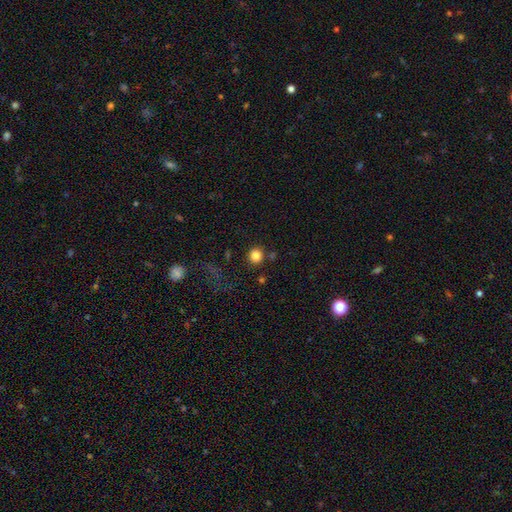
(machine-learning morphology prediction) A smooth galaxy with no disk features (84%) that is round (92%). Merging: none (85%).